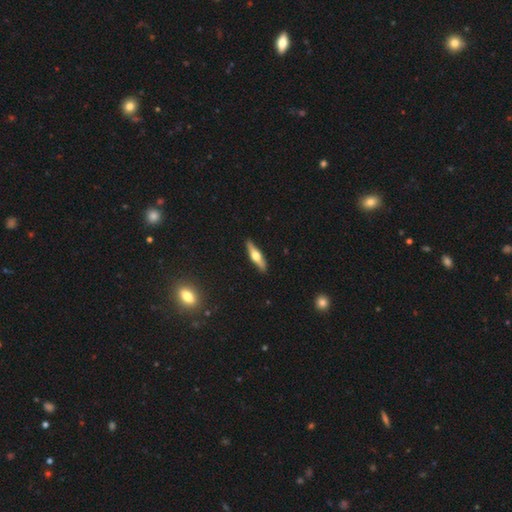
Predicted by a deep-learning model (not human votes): The model was most divided on "smooth or featured": featured or disk: 59%, smooth: 35%, star or artifact: 6%. More confident: edge-on disk — yes (95%); edge-on bulge — rounded (94%); merging — none (91%).